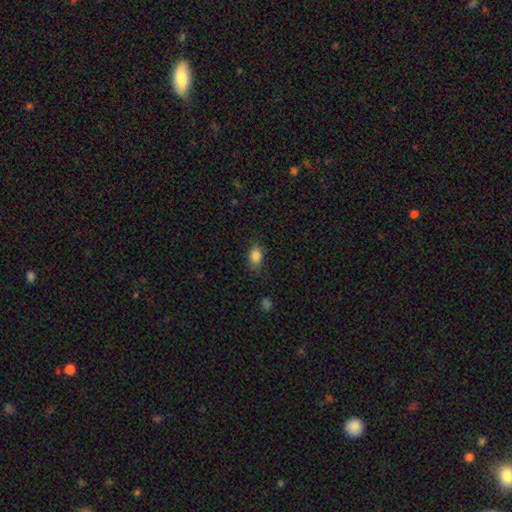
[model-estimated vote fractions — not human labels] smooth-or-featured: smooth: 85% | star or artifact: 10% | featured or disk: 5%
  how-rounded: in between: 78% | round: 20% | cigar-shaped: 2%
  merging: none: 75% | minor disturbance: 19% | major disturbance: 4% | merger: 1%